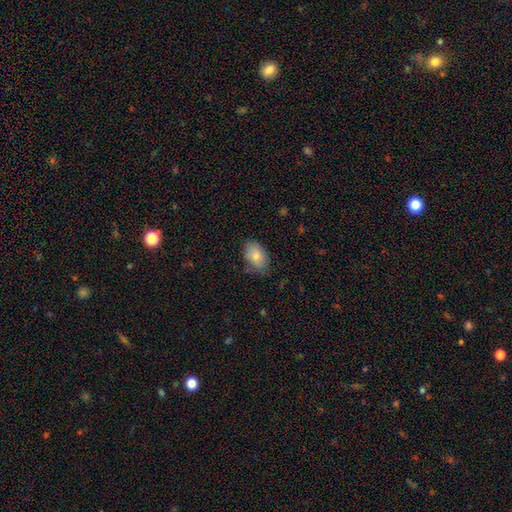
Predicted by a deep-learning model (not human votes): This is clearly a smooth galaxy (80%). How rounded: clearly in between (87%). Merging: likely none (72%).